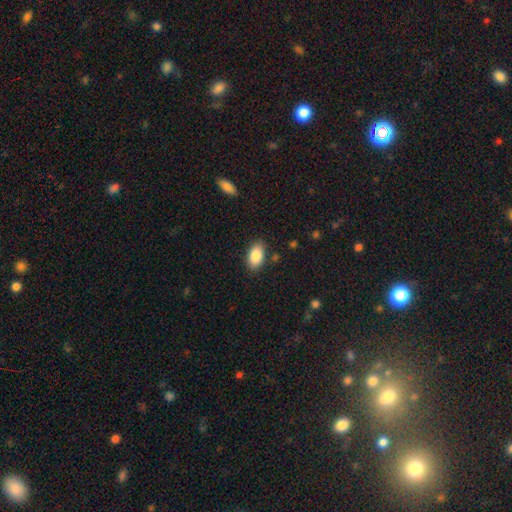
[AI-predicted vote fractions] Overall: smooth (88%). How rounded: in between (93%). Merging: none (85%).